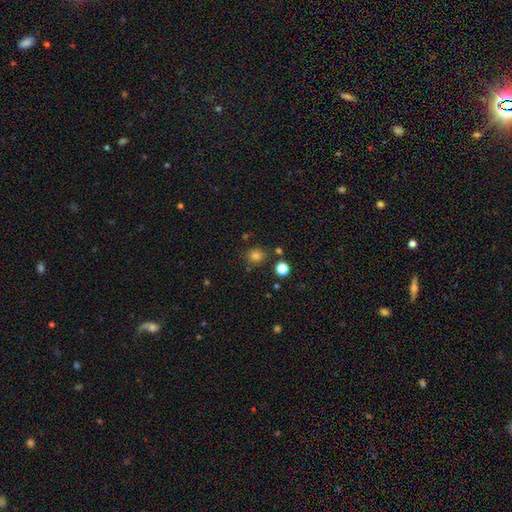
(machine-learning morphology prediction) A smooth galaxy with no disk features (80%) that is round (80%).

Vote fractions:
- Smooth or featured? smooth: 80% / star or artifact: 14% / featured or disk: 6%
- How rounded? round: 80% / in between: 19% / cigar-shaped: 1%
- Merging? none: 81% / minor disturbance: 10% / merger: 6% / major disturbance: 3%